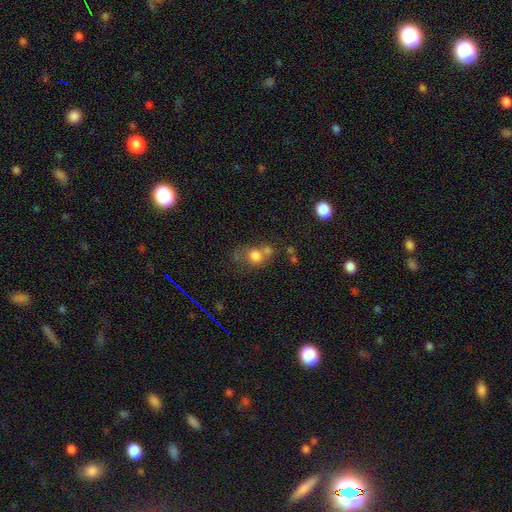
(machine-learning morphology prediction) Q: Smooth or featured?
A: smooth (74%); runner-up: featured or disk (13%)
Q: How rounded?
A: round (71%); runner-up: in between (28%)
Q: Merging?
A: merger (40%); runner-up: none (37%)